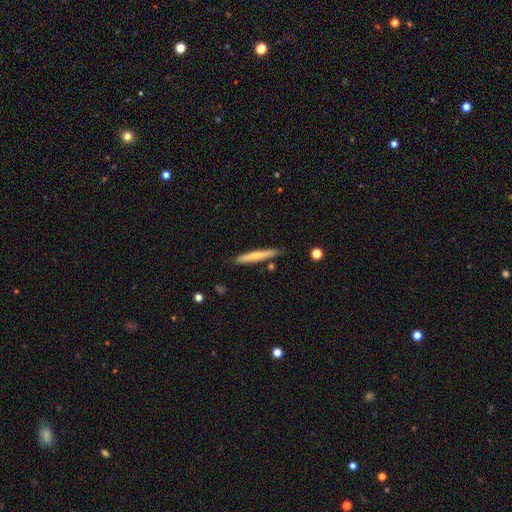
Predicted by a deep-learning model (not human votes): Overall: smooth (64%; featured or disk 31%). How rounded: cigar-shaped (95%). Merging: none (83%).